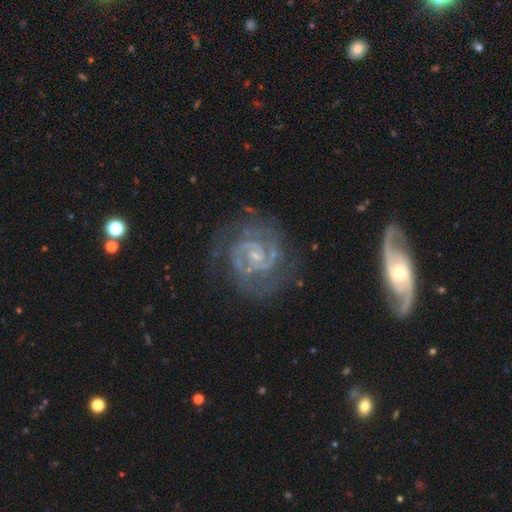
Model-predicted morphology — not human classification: Smooth or featured? featured or disk (90%)
Edge-on disk? no (98%)
Bar? no (49%)
Spiral arms? yes (98%)
Spiral winding? tight (55%)
Spiral arm count? 2 (79%)
Bulge size? small (73%)
Merging? none (74%)